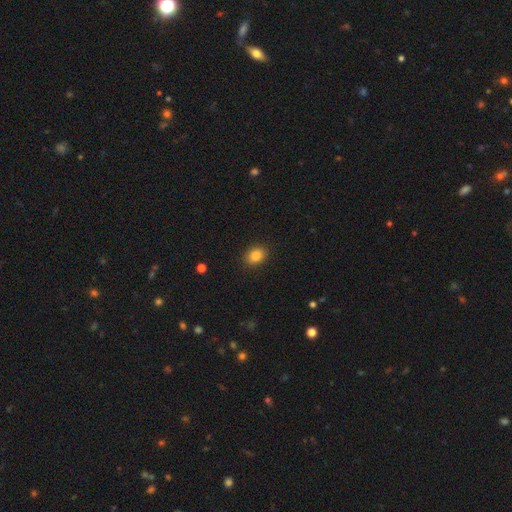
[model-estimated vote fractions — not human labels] A smooth galaxy with no disk features (85%) that is in between round and cigar-shaped (62%). Merging: none (88%).